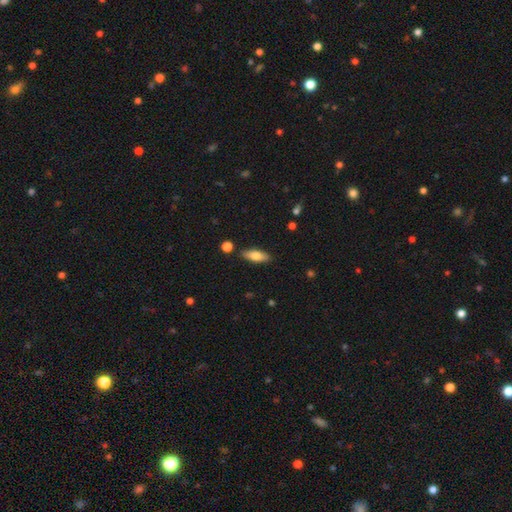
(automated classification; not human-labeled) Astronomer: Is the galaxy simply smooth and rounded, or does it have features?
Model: smooth — 75%.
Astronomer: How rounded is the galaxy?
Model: in between — 69%.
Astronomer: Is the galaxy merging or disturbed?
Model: none — 85%.